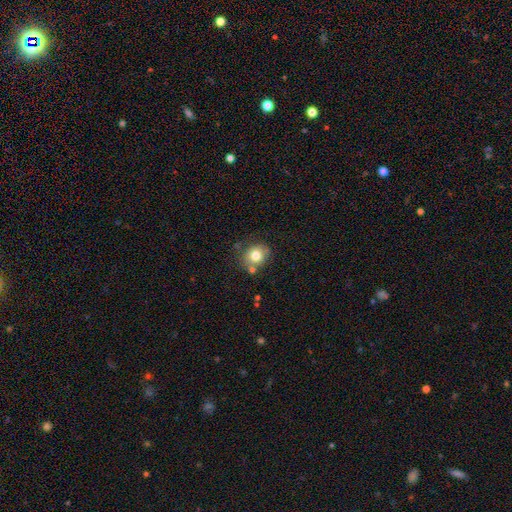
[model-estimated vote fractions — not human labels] The model was most divided on "how rounded": round: 77%, in between: 22%, cigar-shaped: 1%. More confident: smooth or featured — smooth (78%); merging — none (70%).